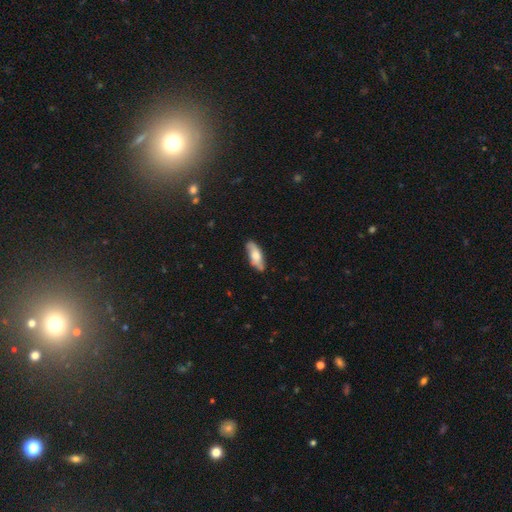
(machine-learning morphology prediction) This is likely a smooth galaxy (63%). How rounded: likely in between (66%). Merging: clearly none (82%).